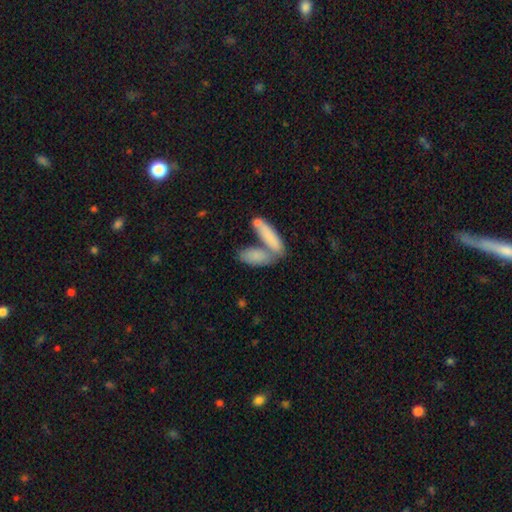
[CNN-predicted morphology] smooth-or-featured: smooth: 78% | featured or disk: 15% | star or artifact: 6%
  how-rounded: in between: 65% | cigar-shaped: 32% | round: 3%
  merging: merger: 45% | none: 39% | minor disturbance: 12% | major disturbance: 5%